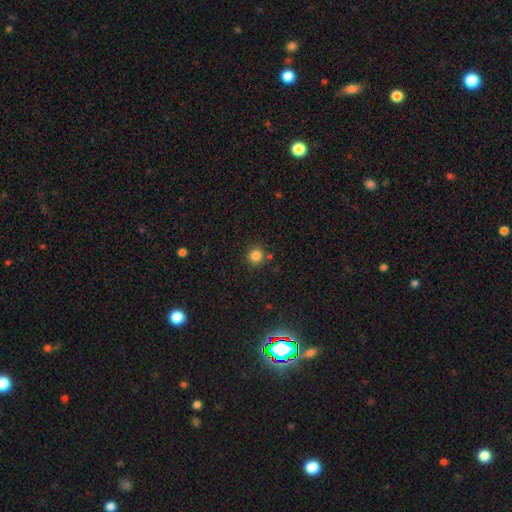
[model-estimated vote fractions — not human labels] smooth-or-featured: smooth: 82% | star or artifact: 13% | featured or disk: 5%
  how-rounded: round: 93% | in between: 6% | cigar-shaped: 1%
  merging: none: 83% | minor disturbance: 9% | merger: 5% | major disturbance: 3%